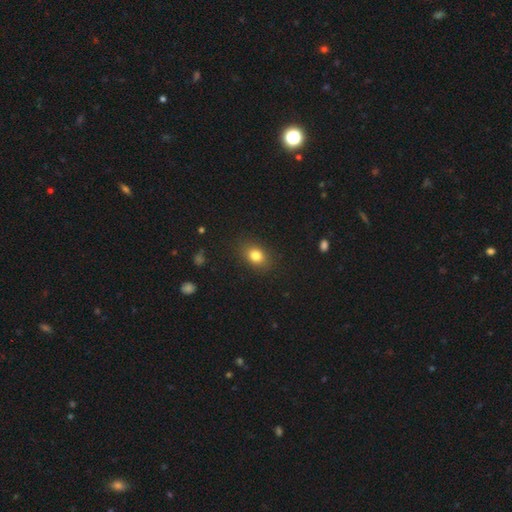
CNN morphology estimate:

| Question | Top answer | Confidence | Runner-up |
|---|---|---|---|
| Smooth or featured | smooth | 81% | star or artifact (11%) |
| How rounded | in between | 62% | round (37%) |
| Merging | none | 86% | minor disturbance (10%) |